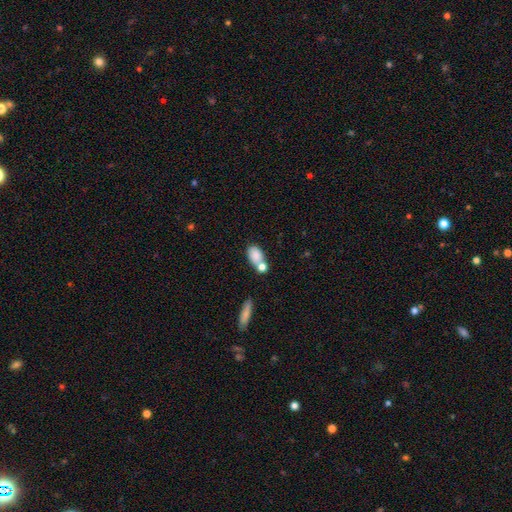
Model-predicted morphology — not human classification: The model was most divided on "merging": none: 44%, merger: 37%, minor disturbance: 13%, major disturbance: 5%. More confident: smooth or featured — smooth (82%); how rounded — in between (82%).